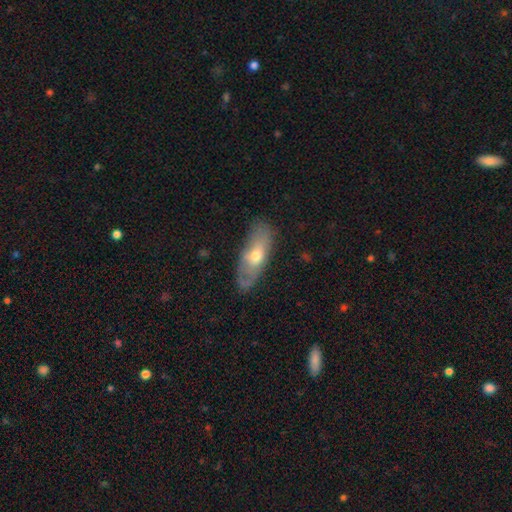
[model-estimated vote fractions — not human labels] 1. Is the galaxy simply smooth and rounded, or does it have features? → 57% smooth, 36% featured or disk, 6% star or artifact.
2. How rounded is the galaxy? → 71% in between, 26% cigar-shaped, 3% round.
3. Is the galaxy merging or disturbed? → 68% none, 23% minor disturbance, 7% major disturbance, 2% merger.